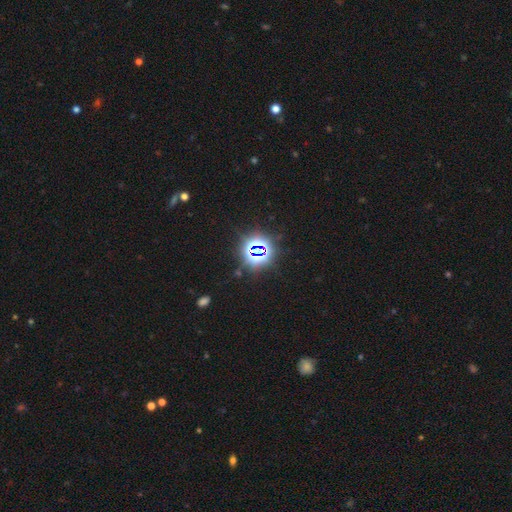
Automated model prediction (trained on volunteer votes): Smooth or featured?
  - star or artifact: 78% *
  - smooth: 14%
  - featured or disk: 8%